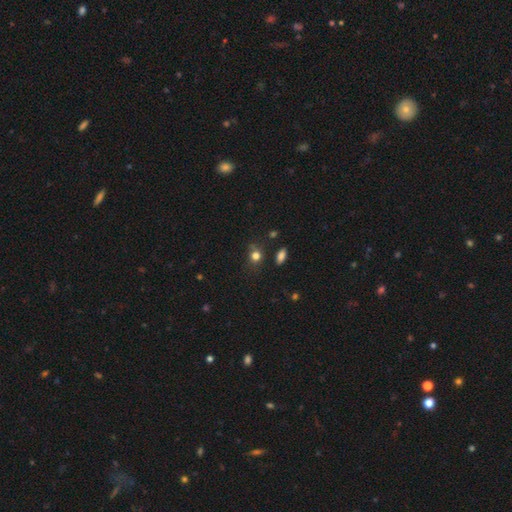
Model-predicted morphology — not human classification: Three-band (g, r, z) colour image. It shows a smooth galaxy with no disk features (77%) that is round (62%). Merging: none (69%).